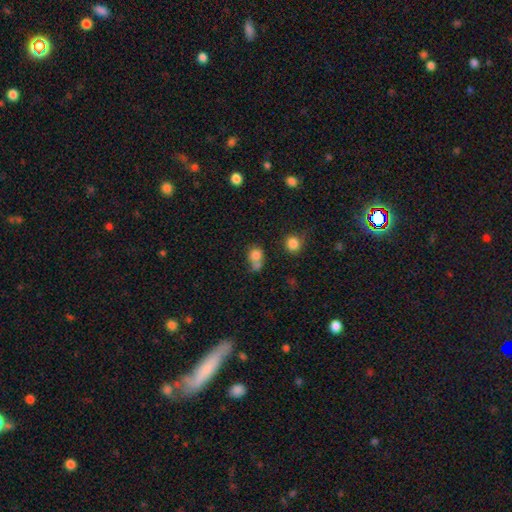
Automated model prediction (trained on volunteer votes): smooth 77%, star or artifact 12%, featured or disk 10%. Down the decision tree: how rounded — round (68%); merging — merger (43%).